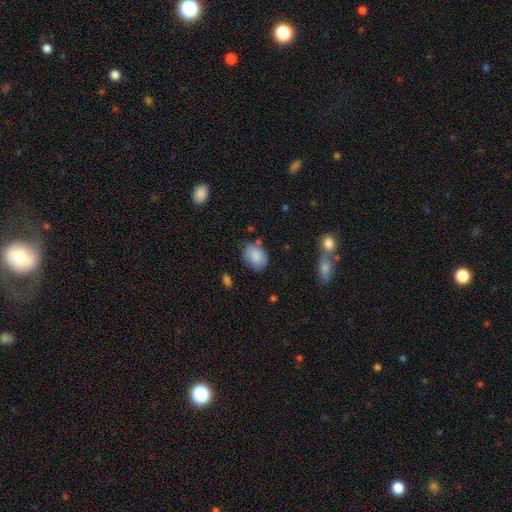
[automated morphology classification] Smooth or featured?
  - smooth: 85% *
  - featured or disk: 8%
  - star or artifact: 7%
How rounded?
  - in between: 65% *
  - round: 34%
  - cigar-shaped: 1%
Merging?
  - none: 68% *
  - minor disturbance: 23%
  - major disturbance: 5%
  - merger: 5%